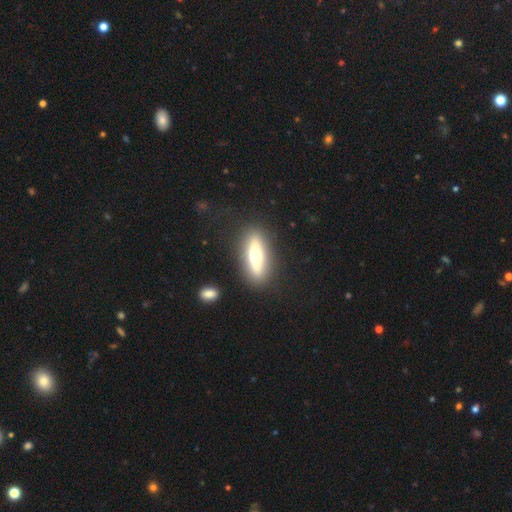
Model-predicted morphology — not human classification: smooth_or_featured: featured or disk (p=0.52) [alt: smooth p=0.40]
disk_edge_on: yes (p=0.78) [alt: no p=0.22]
merging: none (p=0.87) [alt: minor disturbance p=0.08]